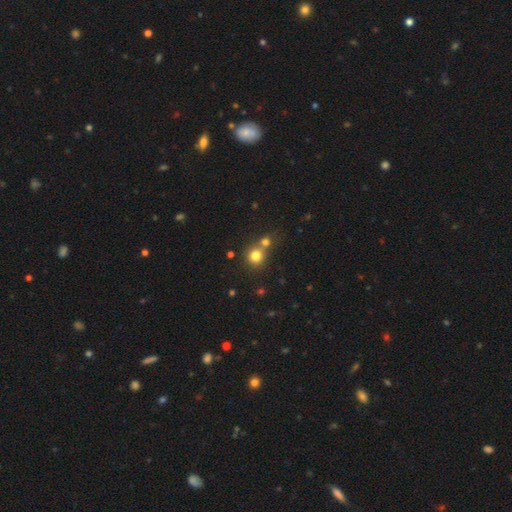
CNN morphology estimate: This is likely a smooth galaxy (78%). How rounded: clearly round (90%). Merging: possibly none (53%).